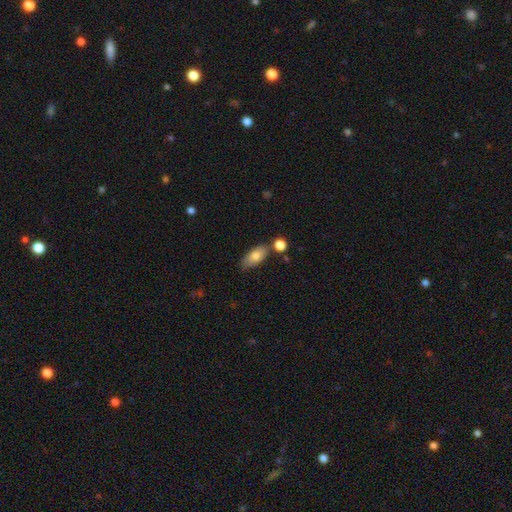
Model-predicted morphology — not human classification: A smooth galaxy with no disk features (78%) that is in between round and cigar-shaped (85%).

Vote fractions:
- Smooth or featured? smooth: 78% / featured or disk: 15% / star or artifact: 7%
- How rounded? in between: 85% / cigar-shaped: 11% / round: 4%
- Merging? none: 67% / minor disturbance: 17% / merger: 11% / major disturbance: 4%